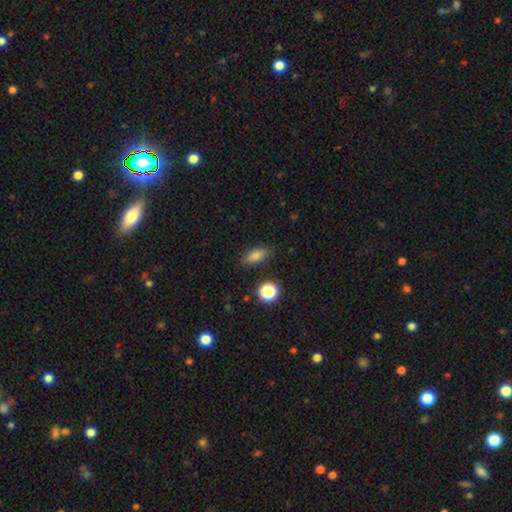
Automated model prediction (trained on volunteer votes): Smooth or featured? Predicted: smooth (p=0.80). How rounded? Predicted: in between (p=0.76). Merging? Predicted: none (p=0.85).